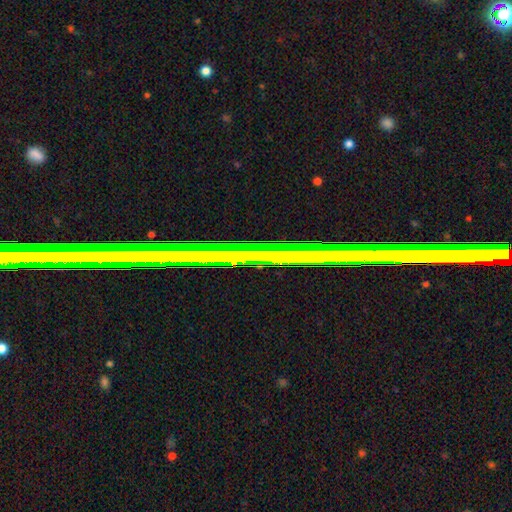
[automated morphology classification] smooth-or-featured: star or artifact: 68% | featured or disk: 22% | smooth: 9%